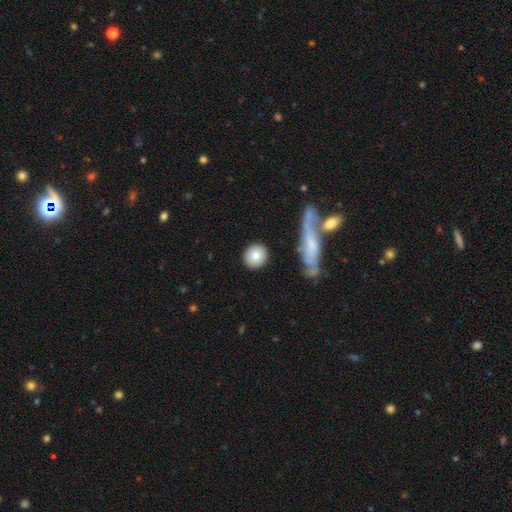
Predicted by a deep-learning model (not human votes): Morphology: type=smooth (80%); roundness=round (86%); merging=none (87%).